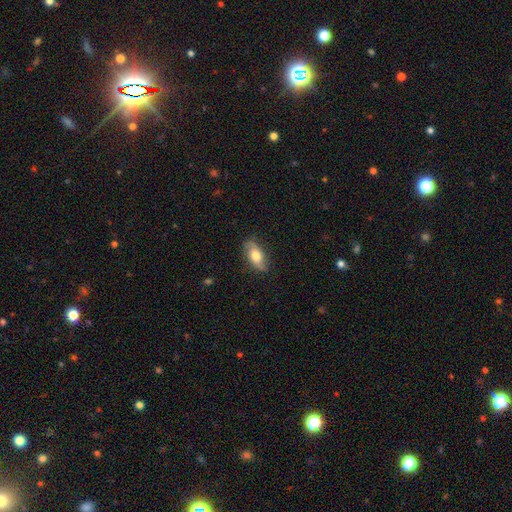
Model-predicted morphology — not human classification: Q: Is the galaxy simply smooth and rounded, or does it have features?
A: smooth — 62%.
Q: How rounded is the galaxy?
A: in between — 84%.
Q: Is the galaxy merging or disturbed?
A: none — 82%.